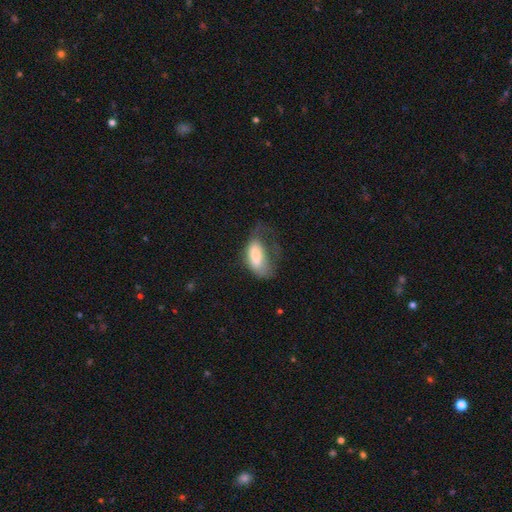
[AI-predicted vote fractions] Smooth or featured? smooth (73%)
How rounded? in between (88%)
Merging? major disturbance (49%)